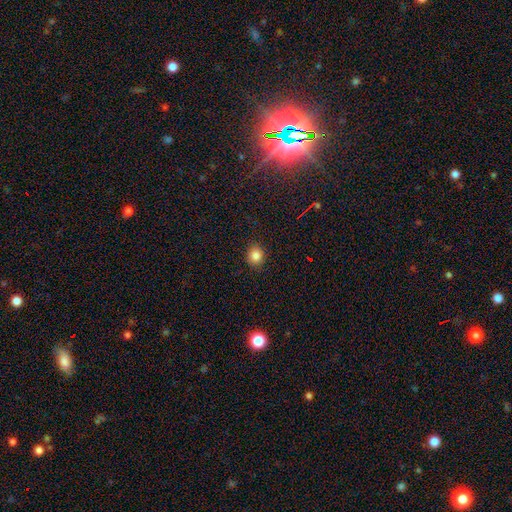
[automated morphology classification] smooth 84%, star or artifact 11%, featured or disk 5%. Down the decision tree: how rounded — round (81%); merging — none (89%).